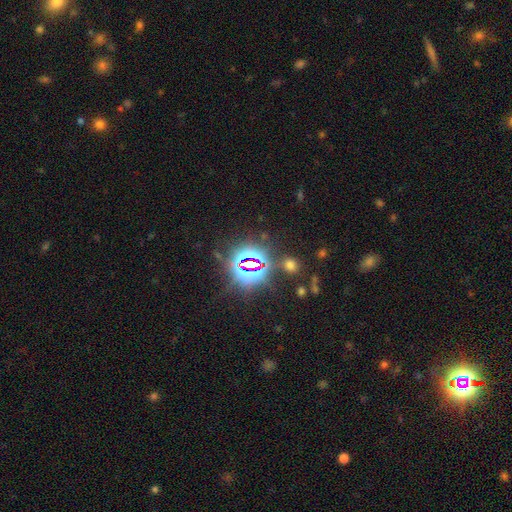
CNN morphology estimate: This appears to be a star or artifact, not a galaxy (82%).